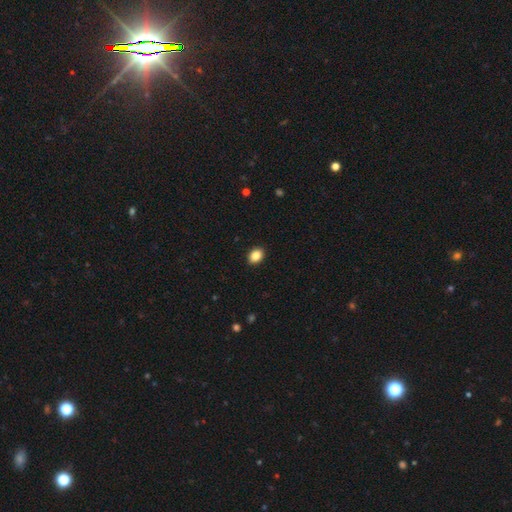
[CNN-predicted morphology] Smooth or featured? Predicted: smooth (p=0.88). How rounded? Predicted: in between (p=0.68). Merging? Predicted: none (p=0.91).